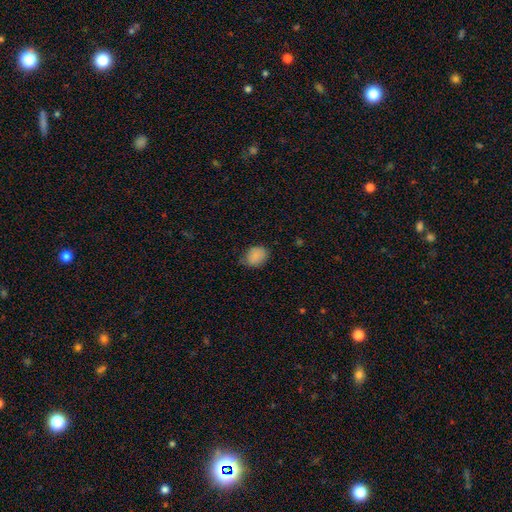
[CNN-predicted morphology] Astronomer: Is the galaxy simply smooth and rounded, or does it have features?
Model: smooth — 85%.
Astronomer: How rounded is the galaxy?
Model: in between — 58% (runner-up: round, 41%).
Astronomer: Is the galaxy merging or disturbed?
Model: none — 63%.